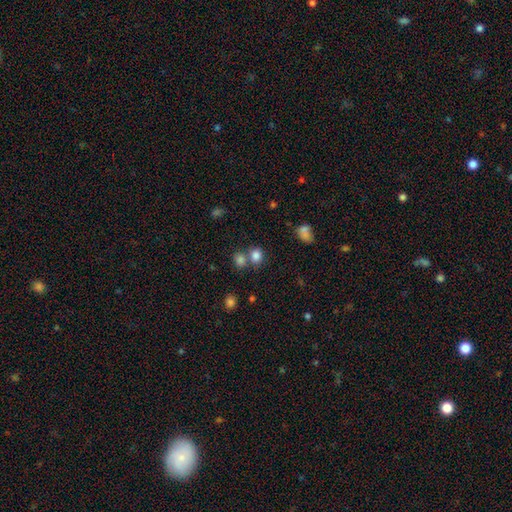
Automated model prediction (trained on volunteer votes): A smooth galaxy with no disk features (82%) that is round (64%). Merging: none (54%).